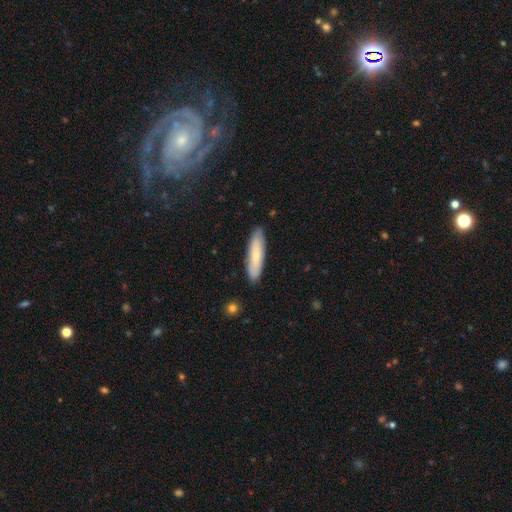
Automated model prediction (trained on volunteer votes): Smooth or featured: smooth — 74% (featured or disk — 21%)
How rounded: cigar-shaped — 78% (in between — 21%)
Merging: none — 88% (minor disturbance — 10%)